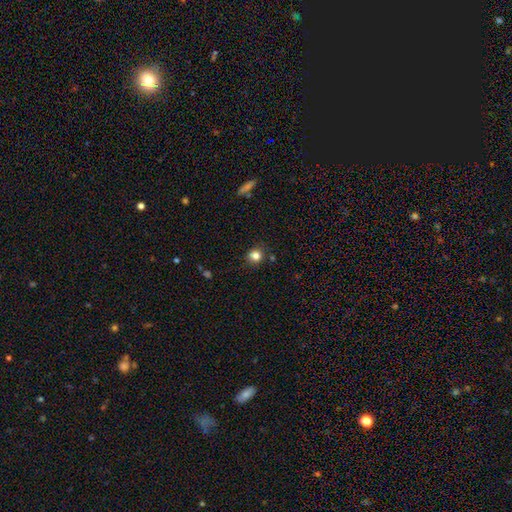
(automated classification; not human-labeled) Smooth or featured? Predicted: smooth (p=0.81). How rounded? Predicted: round (p=0.83). Merging? Predicted: none (p=0.83).